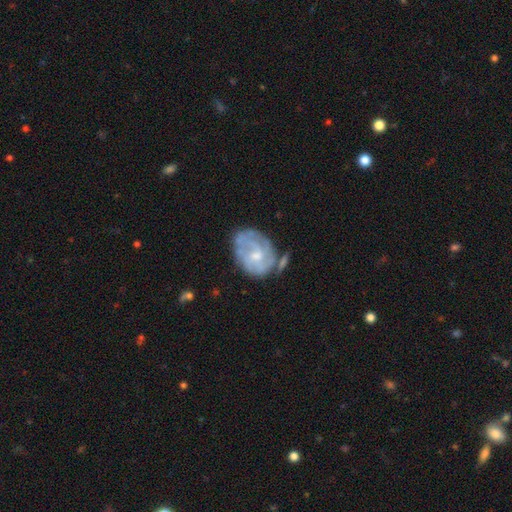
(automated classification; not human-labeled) A featured or disk galaxy (74%) with no bar (56%), tight (51%) spiral arms (81%) and a small central bulge (51%). Merging: none (48%).